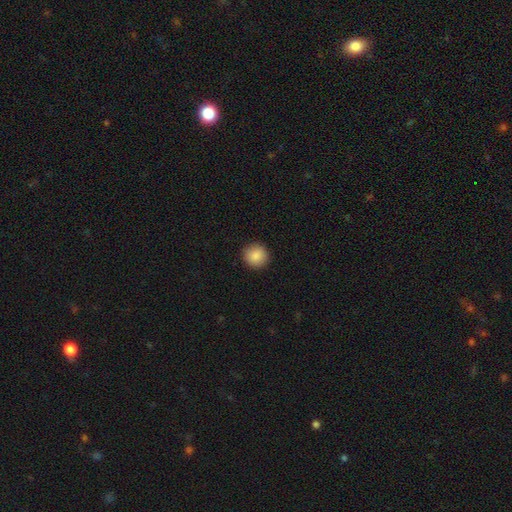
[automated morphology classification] smooth_or_featured: smooth (p=0.88) [alt: star or artifact p=0.08]
how_rounded: round (p=0.93) [alt: in between p=0.06]
merging: none (p=0.92) [alt: minor disturbance p=0.06]